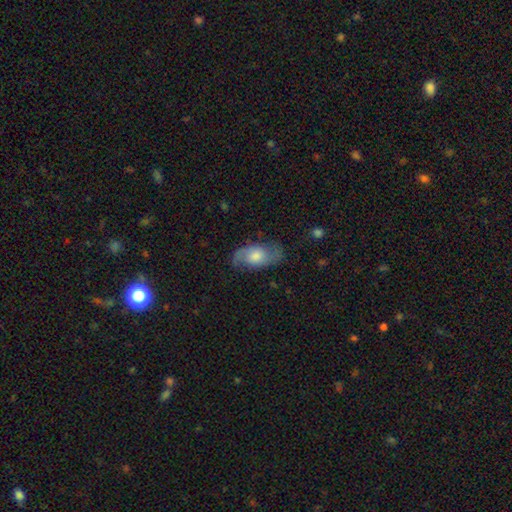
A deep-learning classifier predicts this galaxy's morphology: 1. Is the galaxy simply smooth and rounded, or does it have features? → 60% featured or disk, 32% smooth, 8% star or artifact.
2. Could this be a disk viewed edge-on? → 92% no, 8% yes.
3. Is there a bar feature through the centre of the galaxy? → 73% no, 23% weak, 4% strong.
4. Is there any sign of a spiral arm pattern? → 86% yes, 14% no.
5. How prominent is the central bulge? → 56% moderate, 21% small, 18% large, 3% none, 2% dominant.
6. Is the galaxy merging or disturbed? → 75% none, 17% minor disturbance, 7% major disturbance, 1% merger.